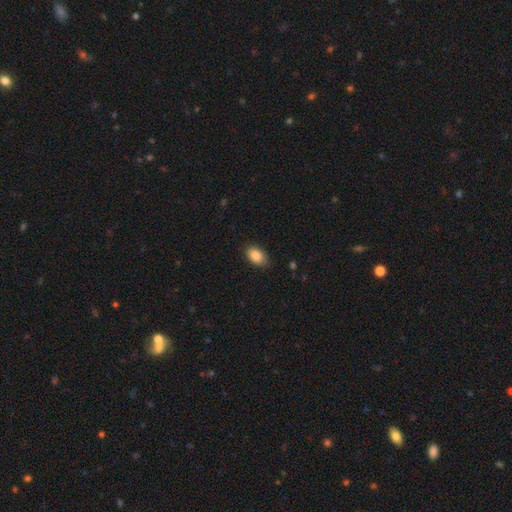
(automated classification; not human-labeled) Smooth or featured? Predicted: smooth (p=0.88). How rounded? Predicted: in between (p=0.89). Merging? Predicted: none (p=0.80).